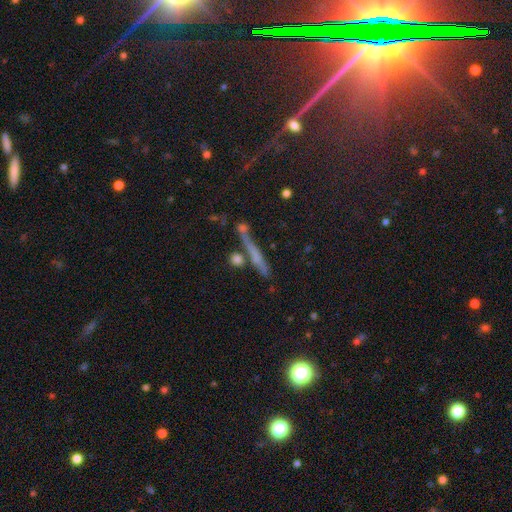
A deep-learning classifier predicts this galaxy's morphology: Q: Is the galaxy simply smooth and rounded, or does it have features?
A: smooth — 47%.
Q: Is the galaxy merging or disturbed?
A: none — 70%.